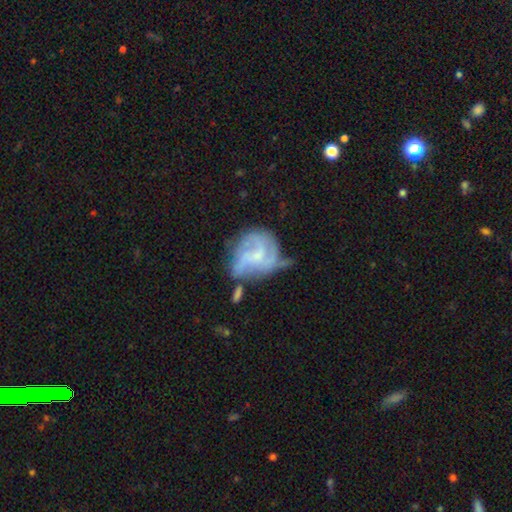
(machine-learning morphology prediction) The model was most divided on "spiral winding": medium: 44%, tight: 36%, loose: 20%. Remaining: edge-on disk — no (98%); spiral arms — yes (89%); smooth or featured — featured or disk (78%); bulge size — small (59%); bar — no (56%); merging — none (44%); spiral arm count — 3 (37%).